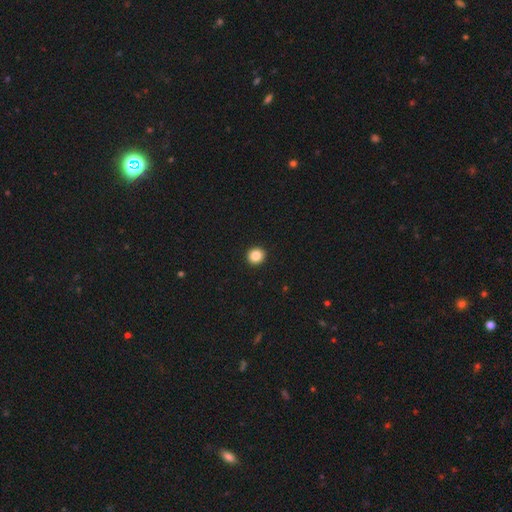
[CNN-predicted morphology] type=smooth (86%); roundness=round (91%); merging=none (94%).